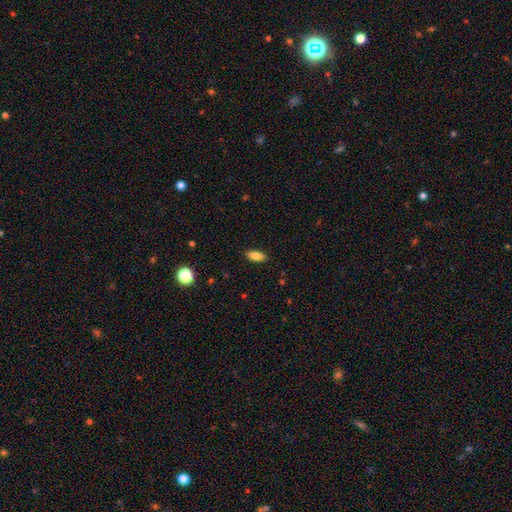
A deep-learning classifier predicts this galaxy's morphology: smooth 85%, star or artifact 8%, featured or disk 7%. Down the decision tree: how rounded — in between (87%); merging — none (88%).